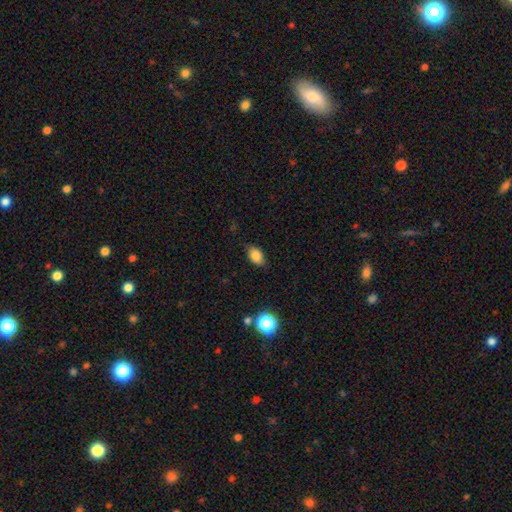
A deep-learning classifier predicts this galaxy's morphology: smooth 83%, star or artifact 10%, featured or disk 7%. Down the decision tree: how rounded — in between (84%); merging — none (81%).